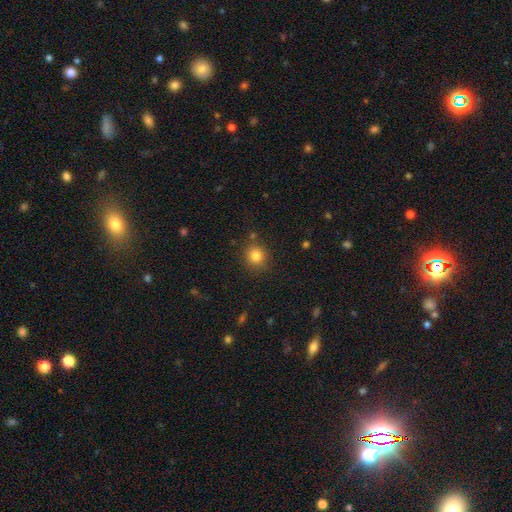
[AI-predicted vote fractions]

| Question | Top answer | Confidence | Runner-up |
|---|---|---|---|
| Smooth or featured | smooth | 82% | star or artifact (12%) |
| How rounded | round | 87% | in between (12%) |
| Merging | none | 85% | minor disturbance (9%) |